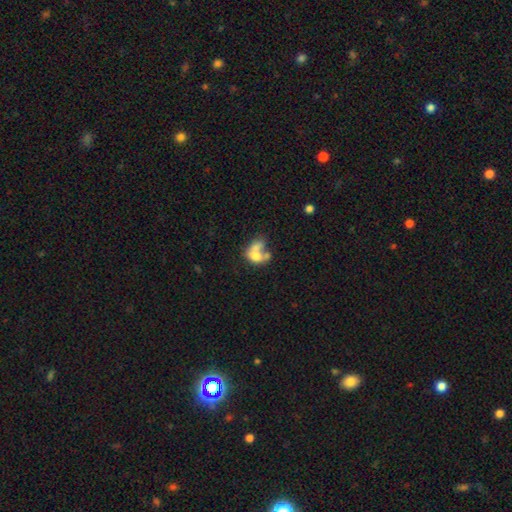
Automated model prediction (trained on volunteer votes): Smooth or featured? Predicted: smooth (p=0.60). How rounded? Predicted: in between (p=0.71). Merging? Predicted: merger (p=0.60).